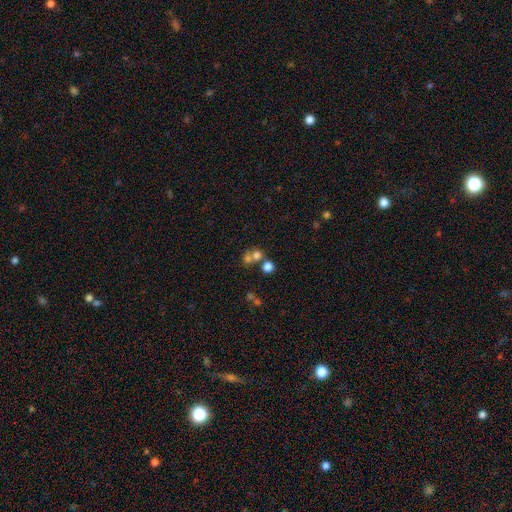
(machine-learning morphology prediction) Smooth or featured? Predicted: smooth (p=0.65). How rounded? Predicted: round (p=0.80). Merging? Predicted: merger (p=0.48).